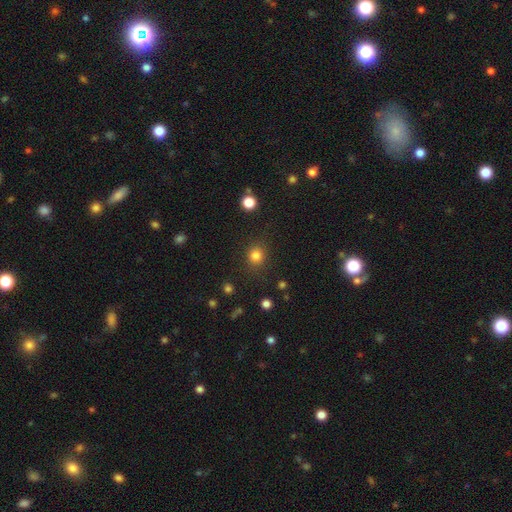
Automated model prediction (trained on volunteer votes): Morphology: type=smooth (83%); roundness=round (83%); merging=none (86%).